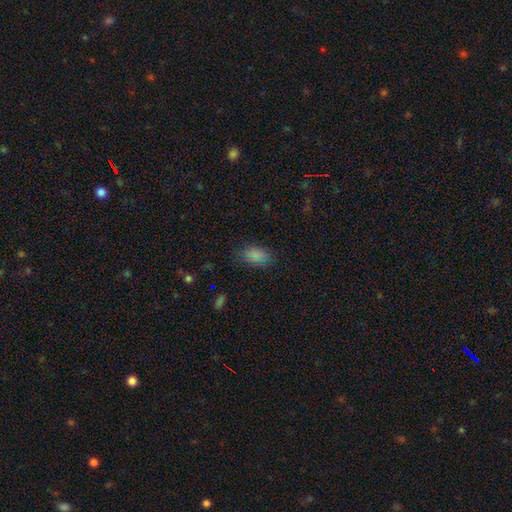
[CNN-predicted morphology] Q: Smooth or featured?
A: smooth (73%); runner-up: star or artifact (21%)
Q: How rounded?
A: in between (89%); runner-up: round (8%)
Q: Merging?
A: none (82%); runner-up: minor disturbance (13%)